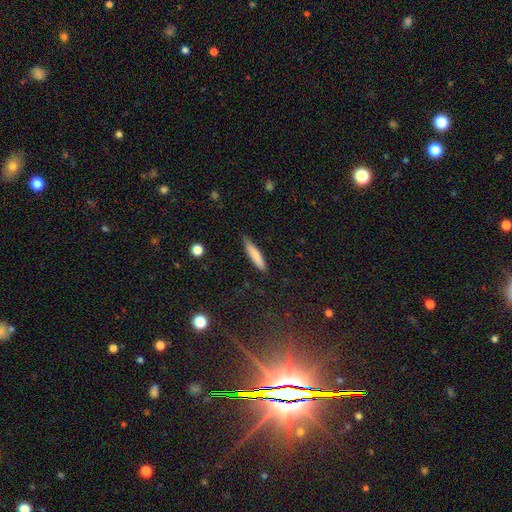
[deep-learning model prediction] Smooth or featured: smooth — 78% (featured or disk — 15%)
How rounded: cigar-shaped — 86% (in between — 12%)
Merging: none — 84% (minor disturbance — 13%)